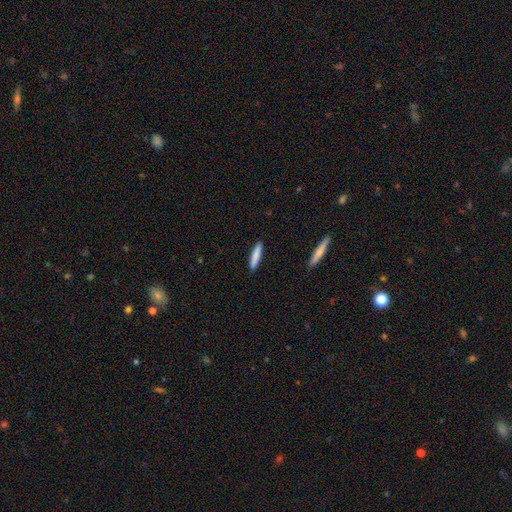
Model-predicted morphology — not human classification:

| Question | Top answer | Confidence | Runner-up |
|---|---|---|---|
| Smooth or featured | smooth | 83% | featured or disk (11%) |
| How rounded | cigar-shaped | 87% | in between (12%) |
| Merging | none | 91% | minor disturbance (7%) |